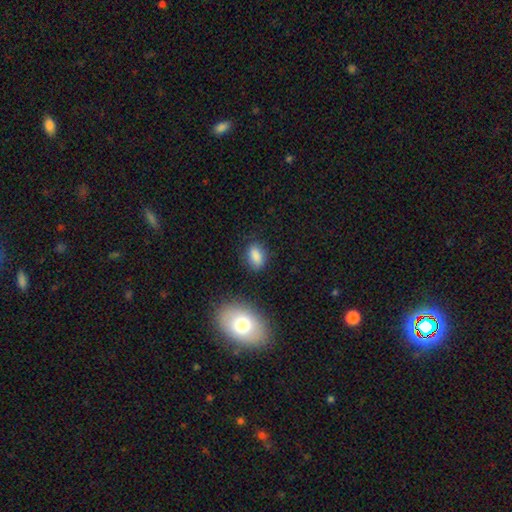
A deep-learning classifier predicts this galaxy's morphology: smooth-or-featured: smooth: 84% | star or artifact: 9% | featured or disk: 6%
  how-rounded: in between: 84% | round: 13% | cigar-shaped: 4%
  merging: none: 80% | minor disturbance: 14% | major disturbance: 3% | merger: 3%